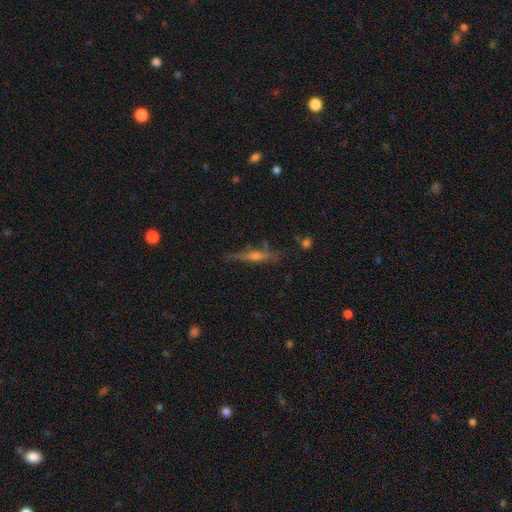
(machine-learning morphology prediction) This appears to be a featured or disk galaxy (62%) viewed edge-on (92%) with a rounded central bulge (73%). Merging: none (76%).